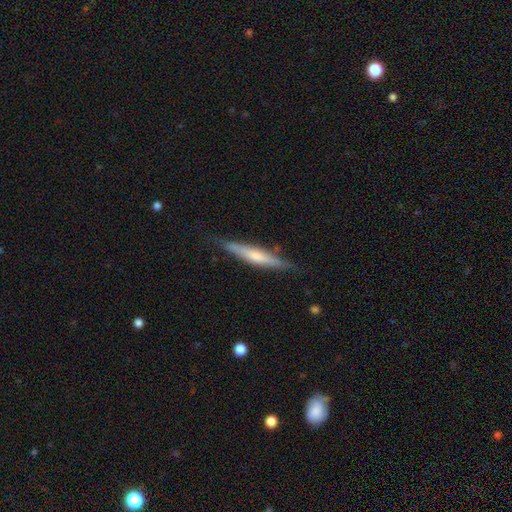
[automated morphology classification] Smooth or featured? featured or disk (54%)
Edge-on disk? yes (95%)
Edge-on bulge? rounded (53%)
Merging? none (82%)